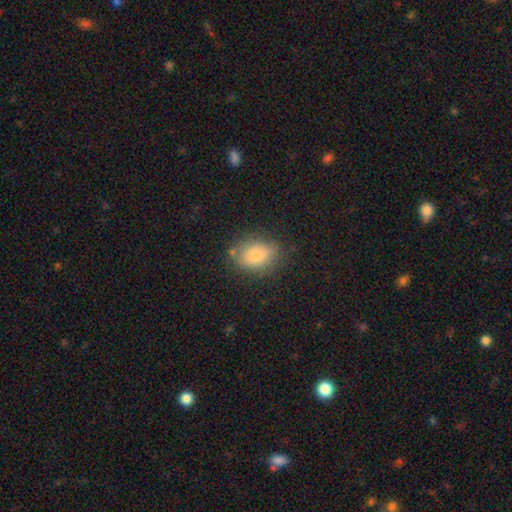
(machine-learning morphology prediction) The model was most divided on "how rounded": in between: 71%, round: 27%, cigar-shaped: 2%. More confident: smooth or featured — smooth (76%); merging — none (76%).